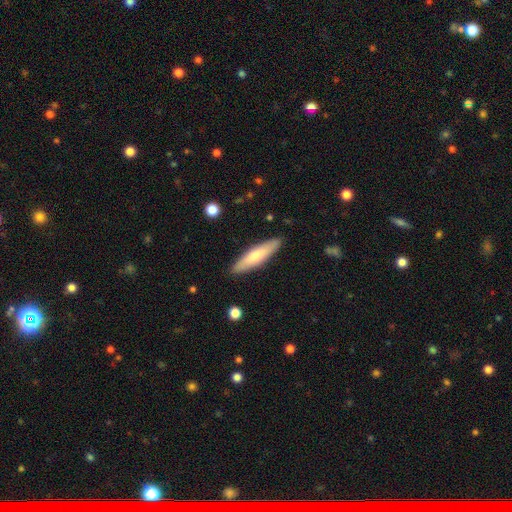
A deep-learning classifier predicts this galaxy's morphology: A smooth galaxy with no disk features (70%) that is cigar-shaped (77%).

Vote fractions:
- Smooth or featured? smooth: 70% / featured or disk: 25% / star or artifact: 5%
- How rounded? cigar-shaped: 77% / in between: 22% / round: 1%
- Merging? none: 89% / minor disturbance: 9% / major disturbance: 2% / merger: 1%